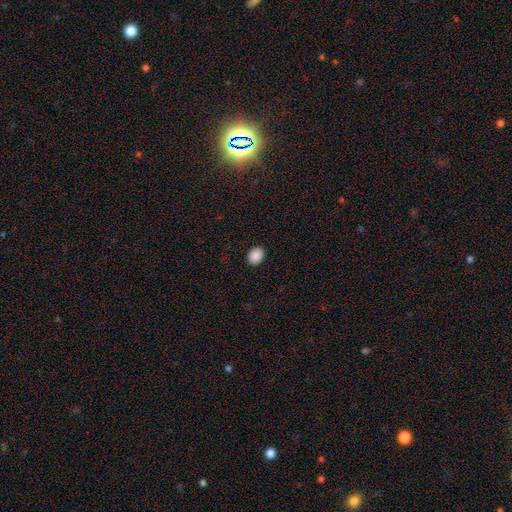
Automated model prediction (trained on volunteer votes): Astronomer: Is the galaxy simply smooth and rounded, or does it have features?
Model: smooth — 89%.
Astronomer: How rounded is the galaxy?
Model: in between — 58% (runner-up: round, 41%).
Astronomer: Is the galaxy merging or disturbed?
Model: none — 91%.